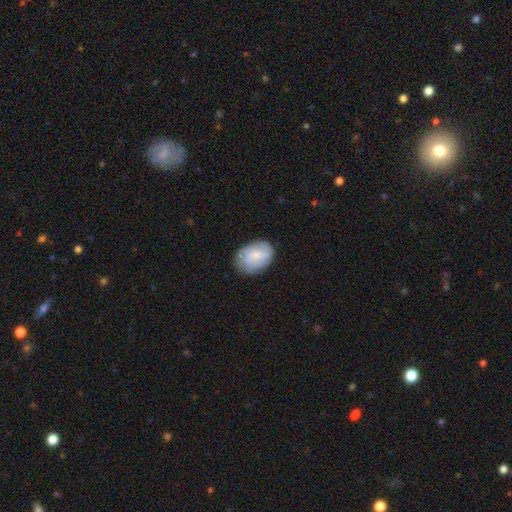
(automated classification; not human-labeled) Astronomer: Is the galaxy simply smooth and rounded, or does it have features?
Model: smooth — 54% (runner-up: featured or disk, 39%).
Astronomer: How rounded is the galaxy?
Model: in between — 77%.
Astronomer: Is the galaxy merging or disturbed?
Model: none — 75%.